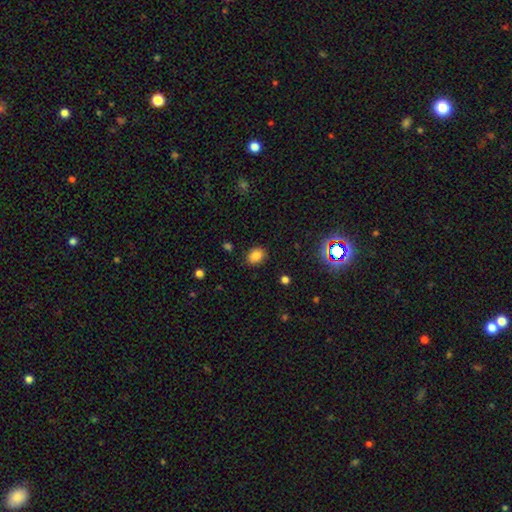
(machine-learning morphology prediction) Smooth or featured? smooth (82%)
How rounded? in between (59%)
Merging? none (86%)